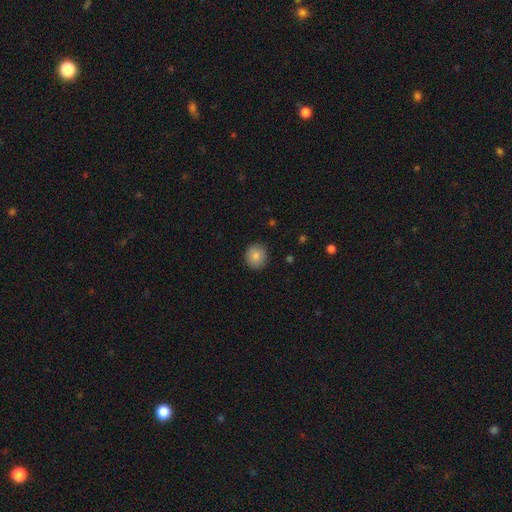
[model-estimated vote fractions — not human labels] Smooth or featured? smooth (85%)
How rounded? round (90%)
Merging? none (90%)